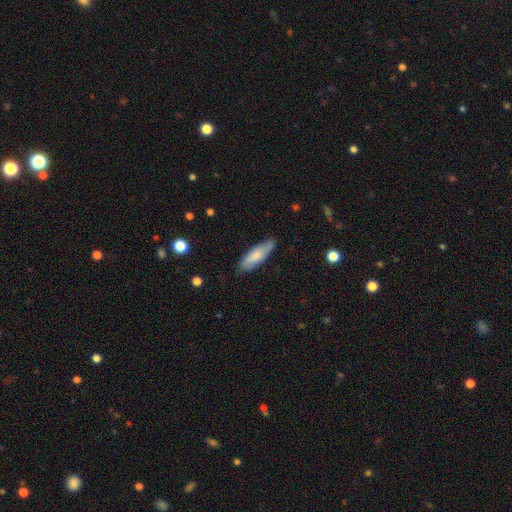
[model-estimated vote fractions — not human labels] Q: Smooth or featured?
A: smooth (74%); runner-up: featured or disk (21%)
Q: How rounded?
A: cigar-shaped (50%); runner-up: in between (48%)
Q: Merging?
A: none (79%); runner-up: minor disturbance (17%)